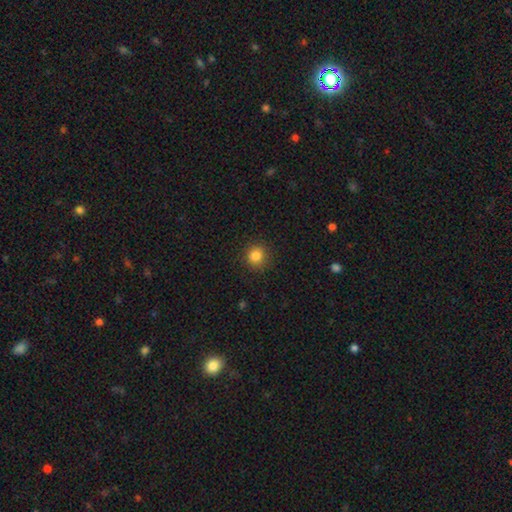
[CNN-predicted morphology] Overall: smooth (84%). How rounded: round (88%). Merging: none (88%).